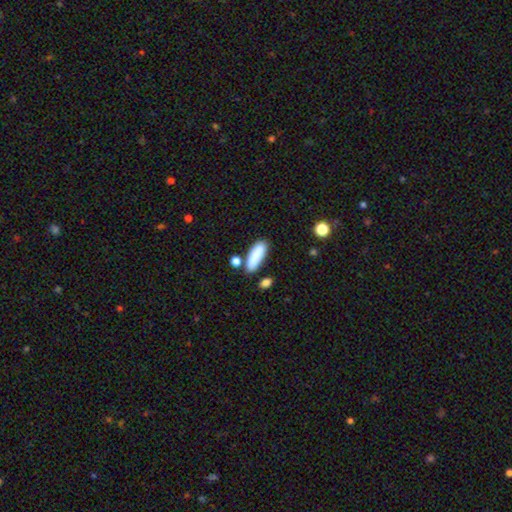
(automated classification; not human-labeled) Smooth or featured? Predicted: smooth (p=0.86). How rounded? Predicted: in between (p=0.60). Merging? Predicted: none (p=0.68).